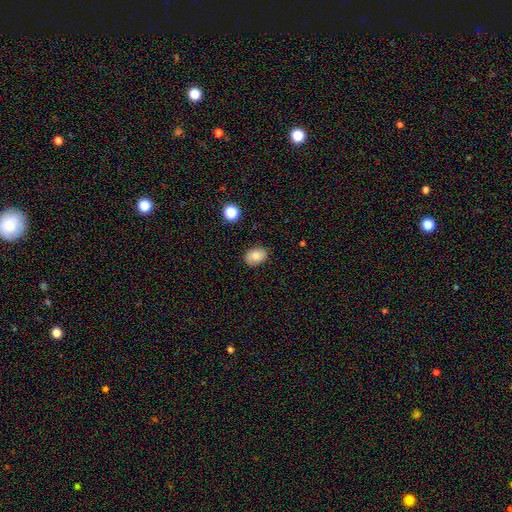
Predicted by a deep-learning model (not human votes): Smooth or featured? Predicted: smooth (p=0.82). How rounded? Predicted: in between (p=0.79). Merging? Predicted: none (p=0.85).